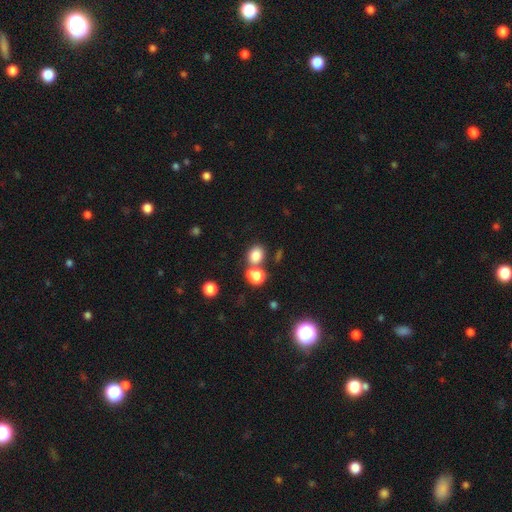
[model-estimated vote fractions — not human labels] Smooth or featured?
  - smooth: 81% *
  - star or artifact: 12%
  - featured or disk: 7%
How rounded?
  - in between: 50% *
  - round: 49%
  - cigar-shaped: 1%
Merging?
  - none: 52% *
  - merger: 35%
  - minor disturbance: 9%
  - major disturbance: 4%